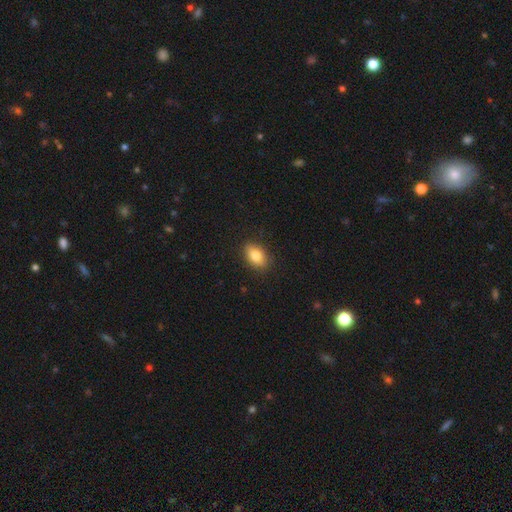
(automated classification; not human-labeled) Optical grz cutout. It shows a smooth galaxy with no disk features (82%) that is in between round and cigar-shaped (84%). Merging: none (86%).